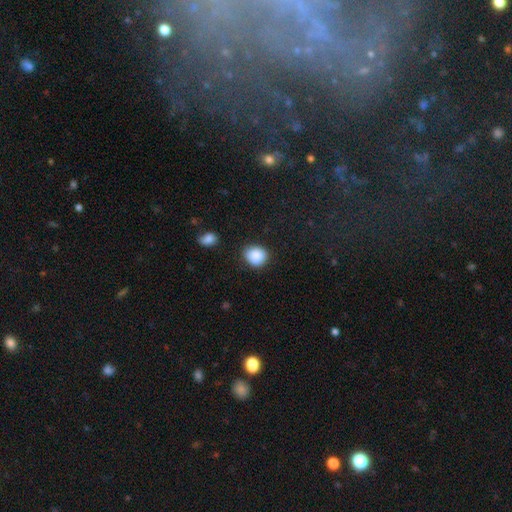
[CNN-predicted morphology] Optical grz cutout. It shows a smooth galaxy with no disk features (88%) that is round (73%). Merging: none (81%).